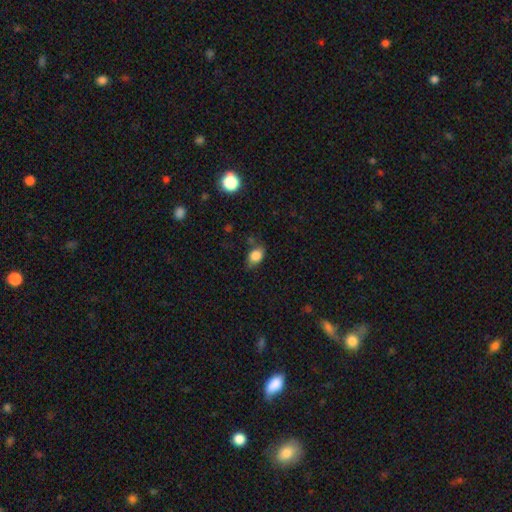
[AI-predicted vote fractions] A smooth galaxy with no disk features (83%) that is in between round and cigar-shaped (80%).

Vote fractions:
- Smooth or featured? smooth: 83% / star or artifact: 9% / featured or disk: 9%
- How rounded? in between: 80% / round: 18% / cigar-shaped: 2%
- Merging? none: 70% / minor disturbance: 23% / major disturbance: 5% / merger: 3%